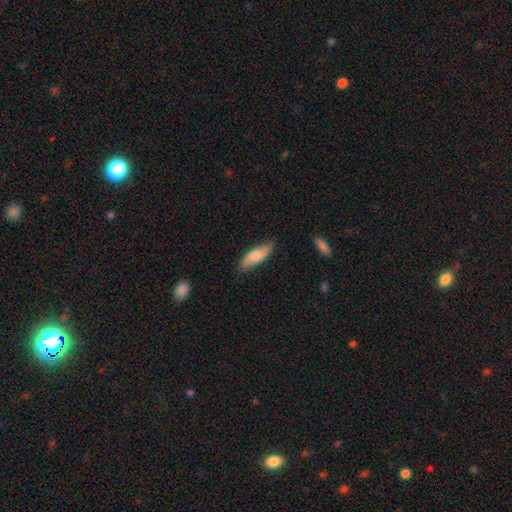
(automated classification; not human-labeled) A smooth galaxy with no disk features (74%) that is in between round and cigar-shaped (66%).

Vote fractions:
- Smooth or featured? smooth: 74% / featured or disk: 21% / star or artifact: 6%
- How rounded? in between: 66% / cigar-shaped: 32% / round: 2%
- Merging? none: 75% / minor disturbance: 20% / major disturbance: 3% / merger: 1%